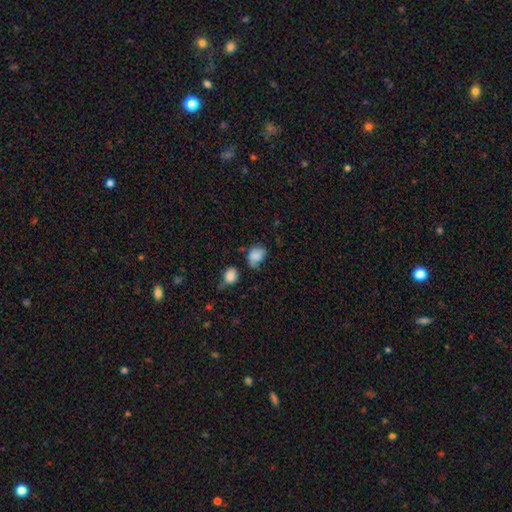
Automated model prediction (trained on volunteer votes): Q: Smooth or featured?
A: smooth (77%); runner-up: featured or disk (13%)
Q: How rounded?
A: in between (67%); runner-up: round (32%)
Q: Merging?
A: none (39%); runner-up: minor disturbance (35%)